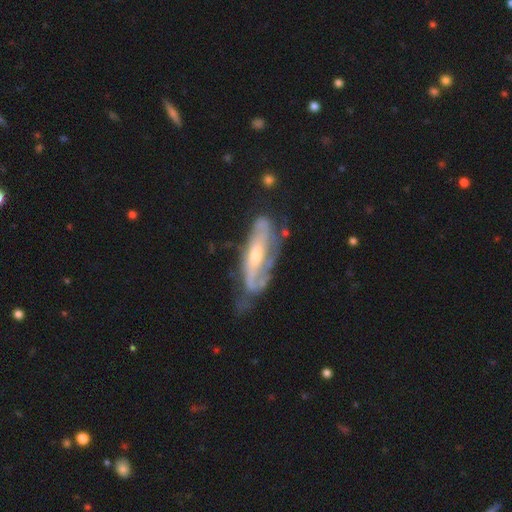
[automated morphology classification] smooth-or-featured: featured or disk: 81% | smooth: 13% | star or artifact: 6%
  disk-edge-on: no: 83% | yes: 17%
    bar: no: 47% | weak: 34% | strong: 19%
    has-spiral-arms: yes: 89% | no: 11%
      spiral-winding: tight: 42% | medium: 40% | loose: 18%
      spiral-arm-count: 2: 54% | can't tell: 26% | 1: 11% | 3: 5% | 4: 2% | more than 4: 2%
    bulge-size: moderate: 52% | small: 39% | large: 5% | none: 2% | dominant: 1%
  merging: none: 53% | minor disturbance: 26% | major disturbance: 18% | merger: 3%